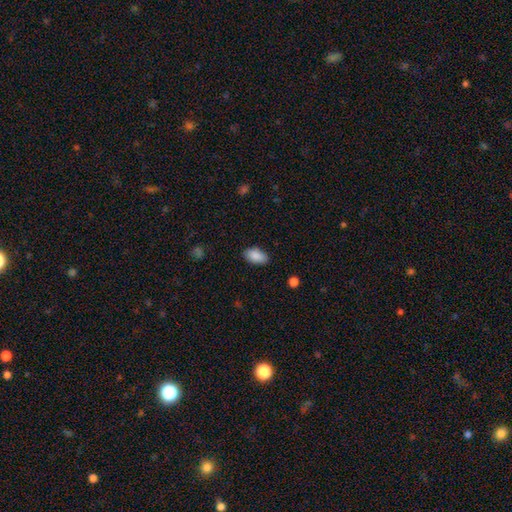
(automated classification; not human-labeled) Morphology: type=smooth (89%); roundness=in between (94%); merging=none (85%).